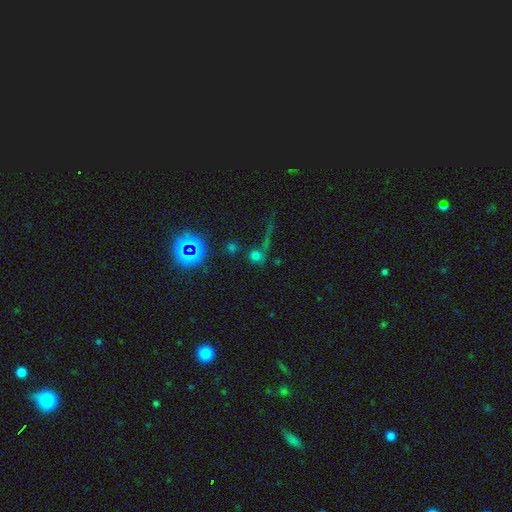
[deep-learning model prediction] The model was most divided on "smooth or featured": smooth: 52%, star or artifact: 37%, featured or disk: 10%. More confident: how rounded — round (86%); merging — none (58%).